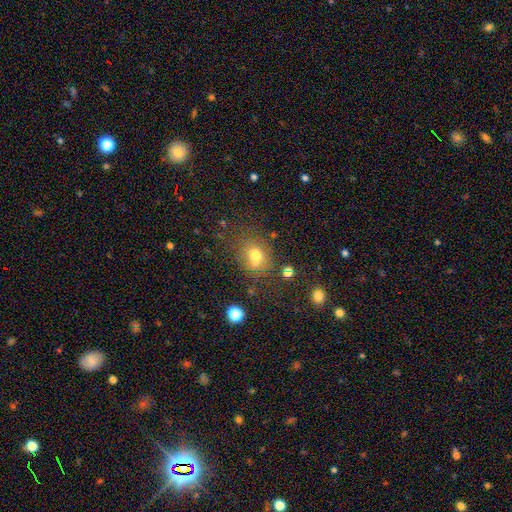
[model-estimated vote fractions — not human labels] Smooth or featured? Predicted: smooth (p=0.70). How rounded? Predicted: round (p=0.54). Merging? Predicted: none (p=0.59).